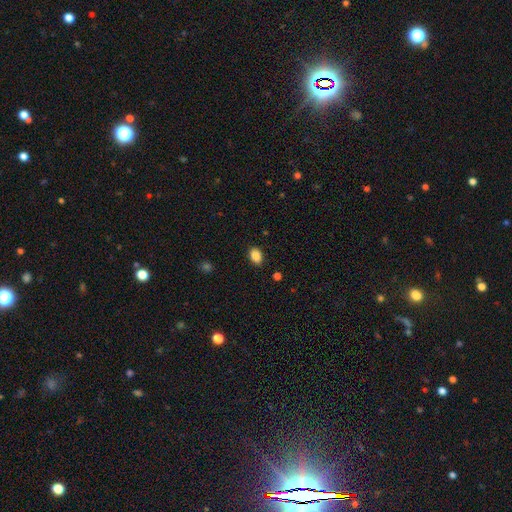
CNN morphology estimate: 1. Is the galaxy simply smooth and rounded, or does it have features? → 87% smooth, 9% star or artifact, 4% featured or disk.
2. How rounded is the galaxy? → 78% in between, 21% round, 1% cigar-shaped.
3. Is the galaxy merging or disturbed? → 87% none, 9% minor disturbance, 2% major disturbance, 1% merger.